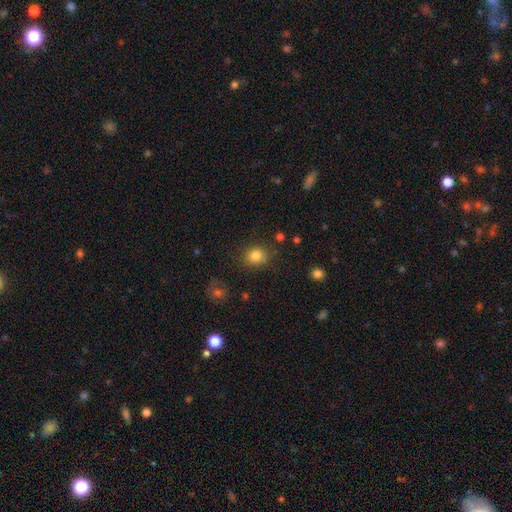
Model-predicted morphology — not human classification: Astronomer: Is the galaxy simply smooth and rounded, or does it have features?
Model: smooth — 82%.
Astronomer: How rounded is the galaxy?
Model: round — 72%.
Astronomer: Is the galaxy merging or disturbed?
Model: none — 79%.